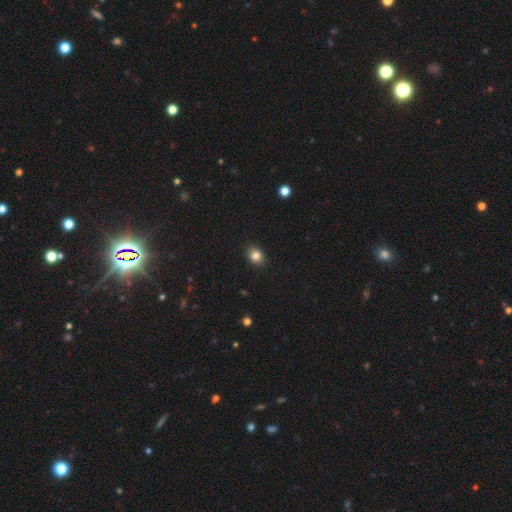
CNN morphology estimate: smooth-or-featured: smooth: 85% | star or artifact: 10% | featured or disk: 5%
  how-rounded: round: 53% | in between: 46% | cigar-shaped: 1%
  merging: none: 89% | minor disturbance: 8% | major disturbance: 2% | merger: 1%